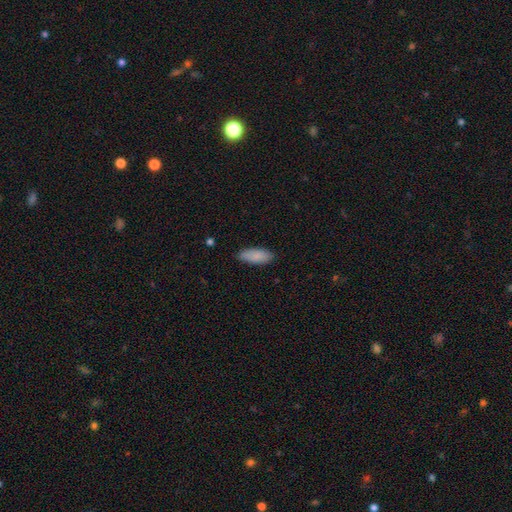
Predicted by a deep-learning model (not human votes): The model was most divided on "how rounded": in between: 80%, cigar-shaped: 19%, round: 2%. More confident: smooth or featured — smooth (88%); merging — none (83%).